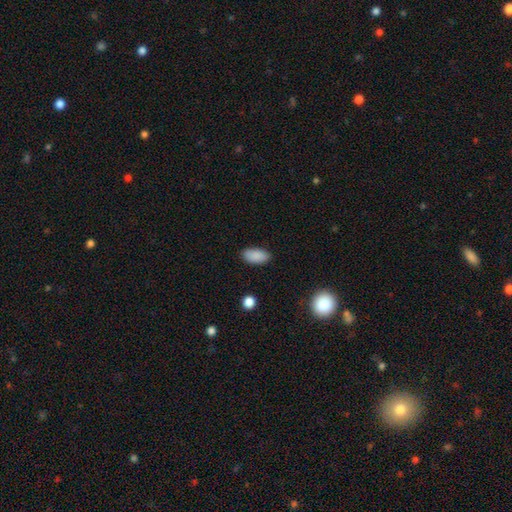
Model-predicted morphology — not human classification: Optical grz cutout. It shows a smooth galaxy with no disk features (89%) that is in between round and cigar-shaped (92%). Merging: none (87%).